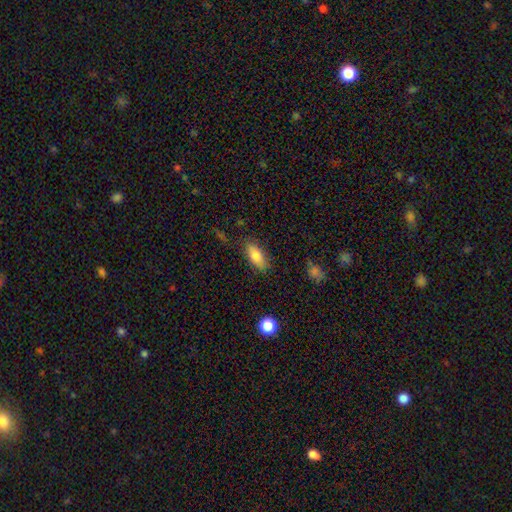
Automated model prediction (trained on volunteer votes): A smooth galaxy with no disk features (81%) that is in between round and cigar-shaped (81%).

Vote fractions:
- Smooth or featured? smooth: 81% / featured or disk: 11% / star or artifact: 7%
- How rounded? in between: 81% / cigar-shaped: 16% / round: 3%
- Merging? none: 83% / minor disturbance: 13% / major disturbance: 3% / merger: 2%